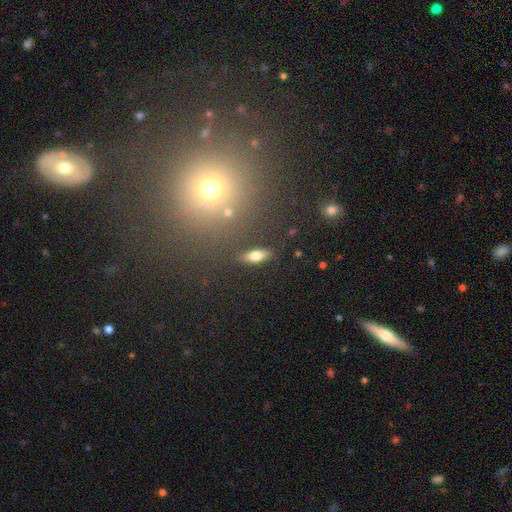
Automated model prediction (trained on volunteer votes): Smooth or featured: smooth — 66% (featured or disk — 26%)
How rounded: in between — 66% (cigar-shaped — 30%)
Merging: none — 87% (minor disturbance — 9%)